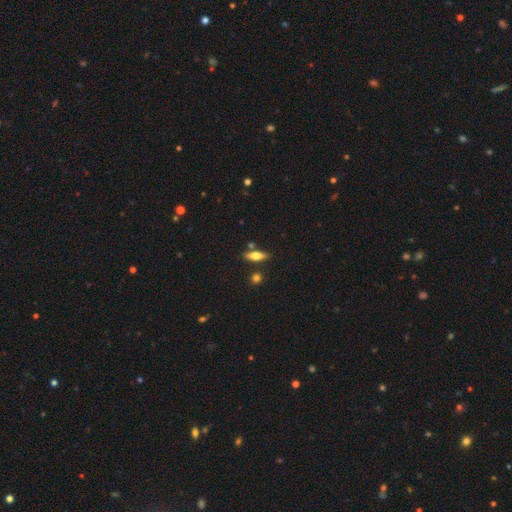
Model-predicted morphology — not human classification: Smooth or featured? smooth (56%)
How rounded? in between (51%)
Merging? none (79%)